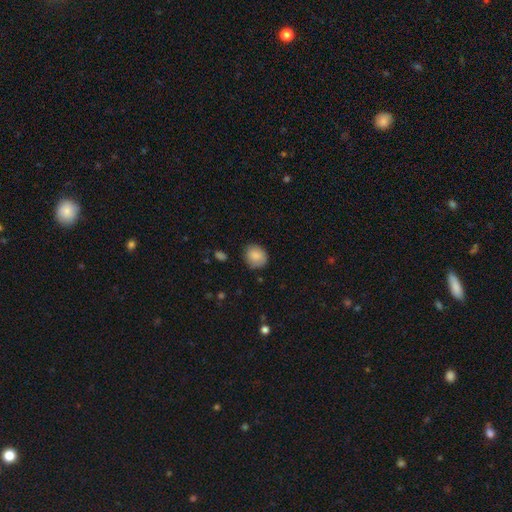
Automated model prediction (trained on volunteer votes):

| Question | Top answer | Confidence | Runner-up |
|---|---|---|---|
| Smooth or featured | smooth | 86% | star or artifact (7%) |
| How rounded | round | 75% | in between (24%) |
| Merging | none | 77% | minor disturbance (18%) |